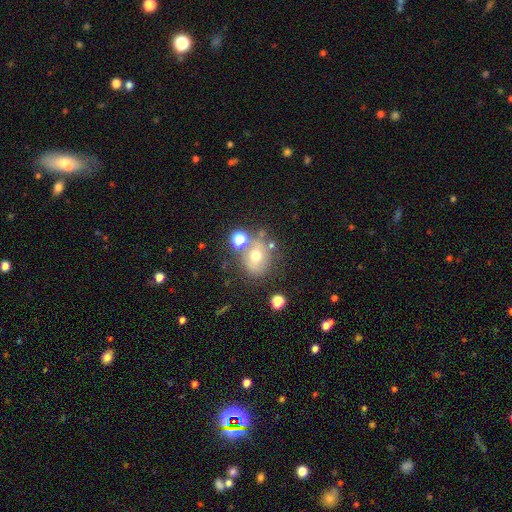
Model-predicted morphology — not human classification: A smooth galaxy with no disk features (57%) that is round (65%). Merging: none (57%).